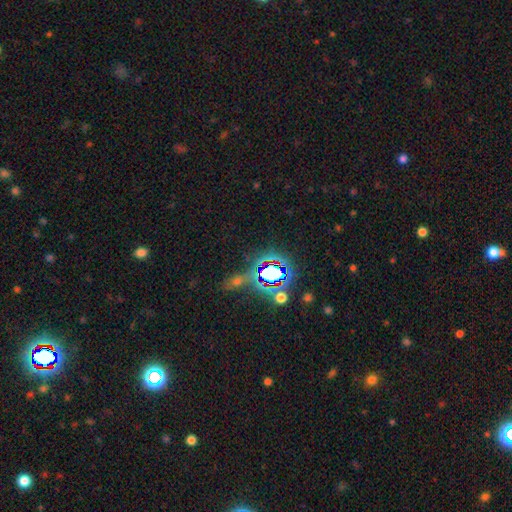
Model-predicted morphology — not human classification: Smooth or featured?
  - star or artifact: 79% *
  - smooth: 13%
  - featured or disk: 8%